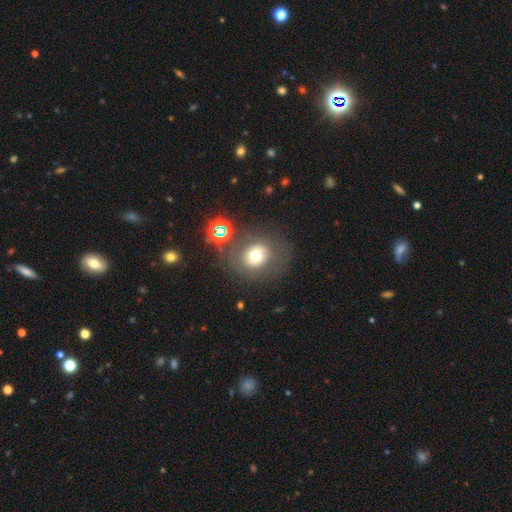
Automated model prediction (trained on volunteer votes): A smooth galaxy with no disk features (63%) that is round (74%). Merging: none (71%).